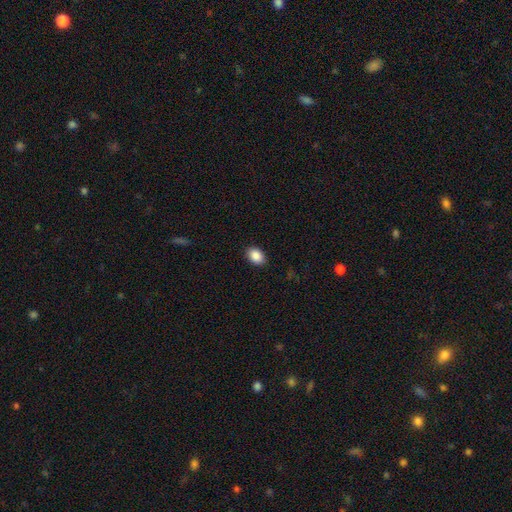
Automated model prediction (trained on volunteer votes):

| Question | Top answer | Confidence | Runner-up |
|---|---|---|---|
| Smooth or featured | smooth | 89% | star or artifact (8%) |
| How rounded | in between | 78% | round (21%) |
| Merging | none | 89% | minor disturbance (8%) |